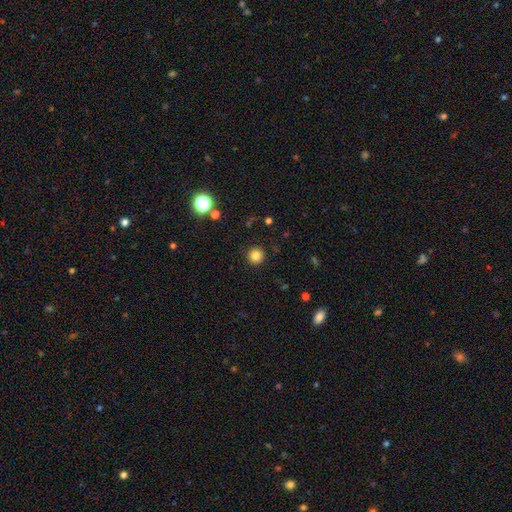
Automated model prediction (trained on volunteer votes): Smooth or featured? Predicted: smooth (p=0.82). How rounded? Predicted: round (p=0.95). Merging? Predicted: none (p=0.91).